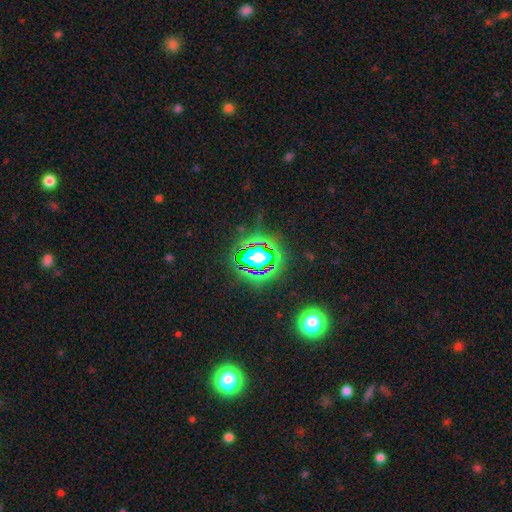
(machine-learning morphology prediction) A star or artifact, not a galaxy (64%).